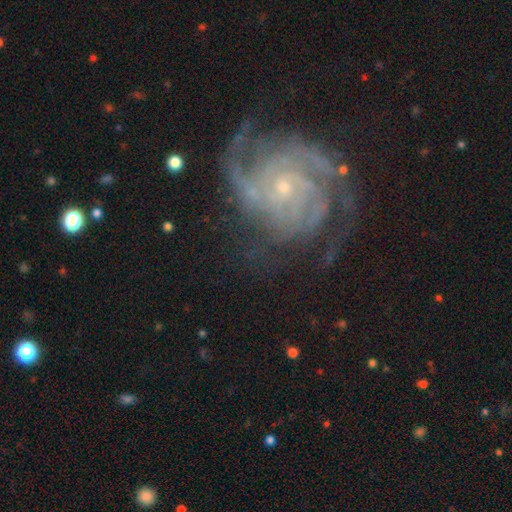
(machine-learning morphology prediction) Smooth or featured? featured or disk (88%)
Edge-on disk? no (98%)
Bar? no (73%)
Spiral arms? yes (98%)
Spiral winding? tight (65%)
Spiral arm count? 3 (25%)
Bulge size? small (82%)
Merging? none (68%)